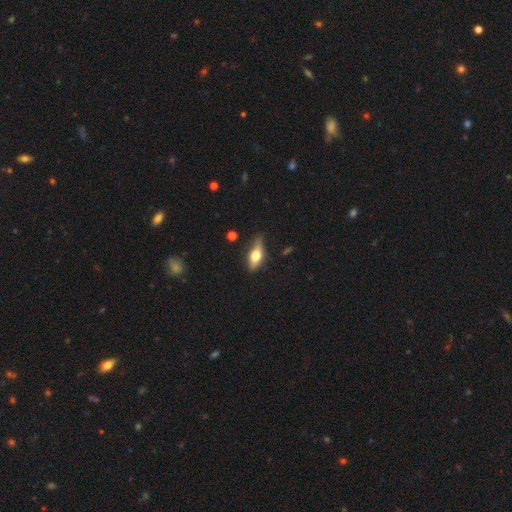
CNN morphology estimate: Overall: smooth (53%; featured or disk 40%). How rounded: in between (68%). Merging: none (72%).